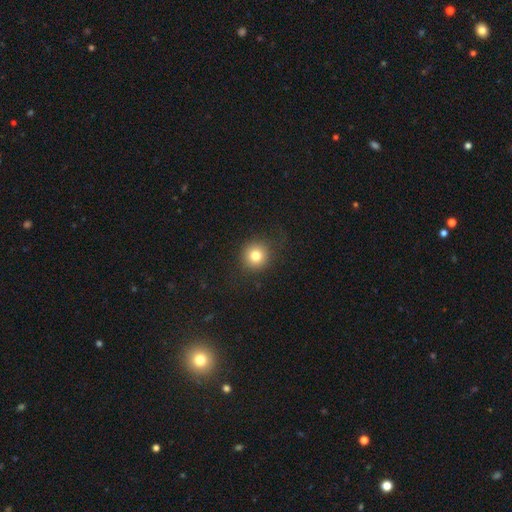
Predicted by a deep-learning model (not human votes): A smooth galaxy with no disk features (80%) that is round (93%).

Vote fractions:
- Smooth or featured? smooth: 80% / star or artifact: 12% / featured or disk: 9%
- How rounded? round: 93% / in between: 6% / cigar-shaped: 1%
- Merging? none: 87% / minor disturbance: 8% / major disturbance: 4% / merger: 1%